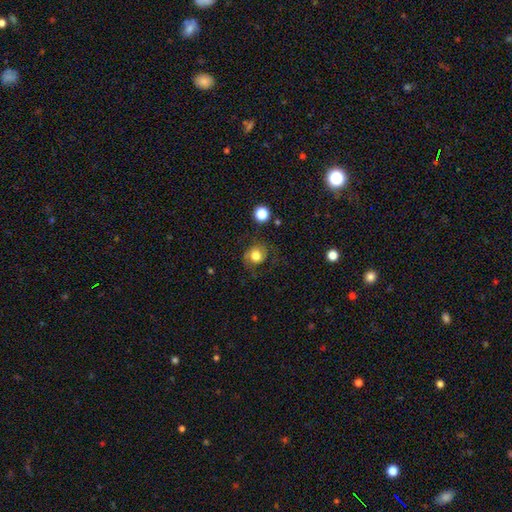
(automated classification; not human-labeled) The model was most divided on "merging": none: 66%, minor disturbance: 19%, major disturbance: 13%, merger: 2%. More confident: how rounded — round (79%); smooth or featured — smooth (74%).